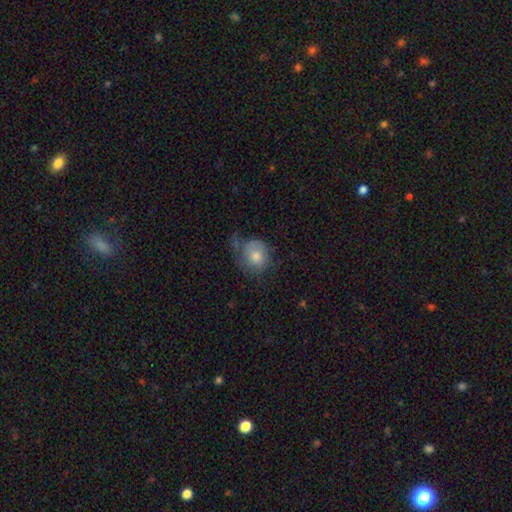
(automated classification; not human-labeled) This is likely a smooth galaxy (63%). How rounded: likely round (74%). Merging: marginally none (43%).